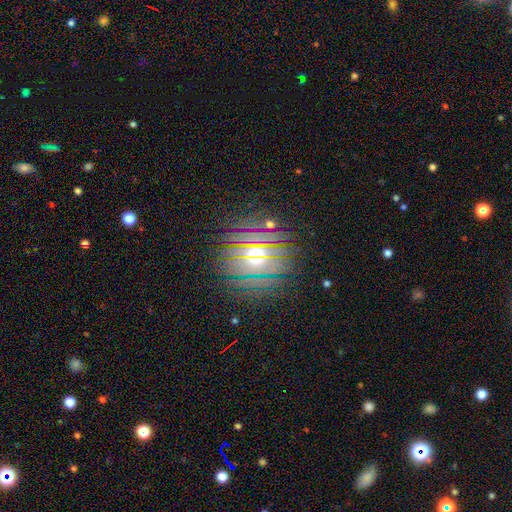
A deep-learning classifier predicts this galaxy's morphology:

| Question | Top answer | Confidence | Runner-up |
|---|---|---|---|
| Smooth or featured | star or artifact | 41% | smooth (32%) |